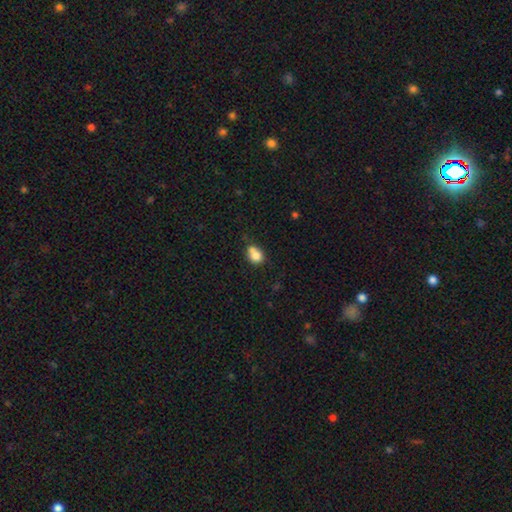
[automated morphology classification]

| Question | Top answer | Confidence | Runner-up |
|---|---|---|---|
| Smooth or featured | smooth | 76% | featured or disk (13%) |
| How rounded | round | 62% | in between (37%) |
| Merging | merger | 44% | none (37%) |